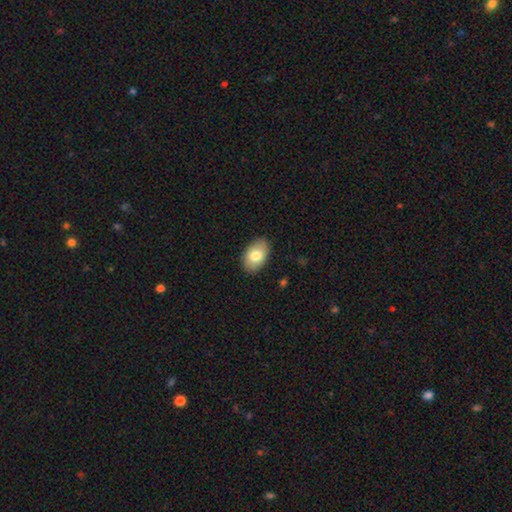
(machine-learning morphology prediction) Smooth or featured? smooth (79%)
How rounded? in between (91%)
Merging? none (87%)